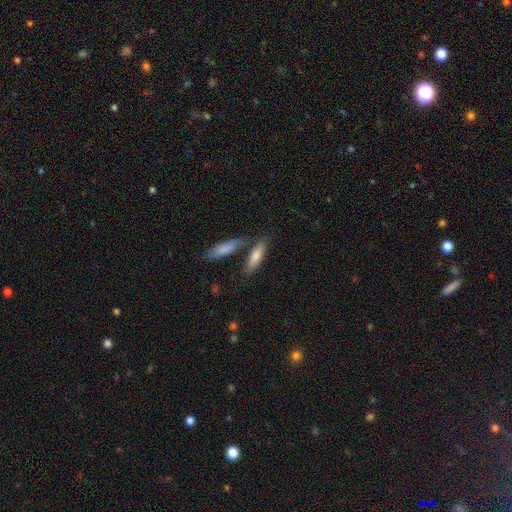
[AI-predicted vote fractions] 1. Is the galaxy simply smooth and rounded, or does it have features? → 75% smooth, 18% featured or disk, 6% star or artifact.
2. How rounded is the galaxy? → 61% cigar-shaped, 37% in between, 2% round.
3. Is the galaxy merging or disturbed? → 60% none, 25% merger, 11% minor disturbance, 3% major disturbance.